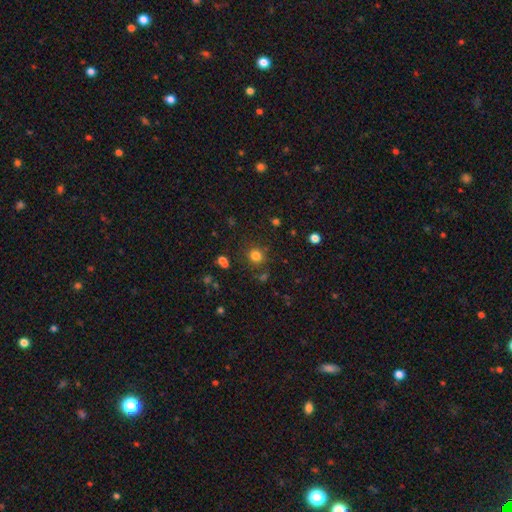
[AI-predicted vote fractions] Smooth or featured? Predicted: smooth (p=0.79). How rounded? Predicted: round (p=0.88). Merging? Predicted: none (p=0.82).